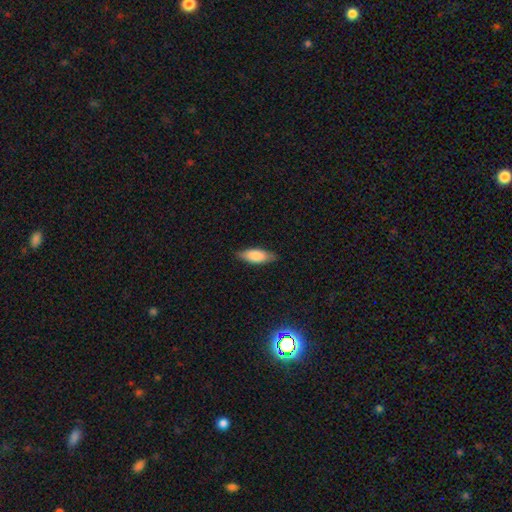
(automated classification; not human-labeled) The model was most divided on "how rounded": in between: 72%, cigar-shaped: 26%, round: 2%. More confident: merging — none (84%); smooth or featured — smooth (81%).